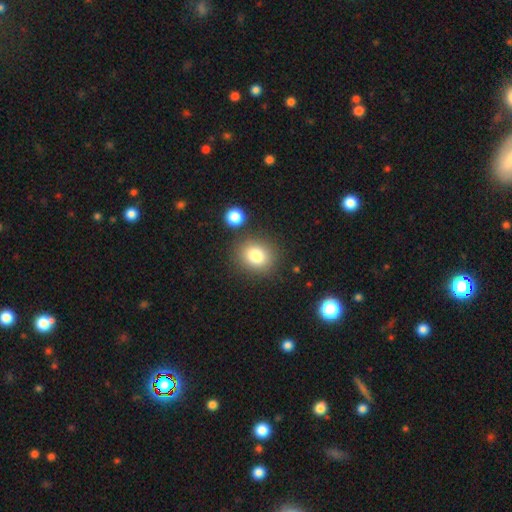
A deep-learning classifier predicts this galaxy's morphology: The model was most divided on "how rounded": round: 71%, in between: 28%, cigar-shaped: 1%. More confident: smooth or featured — smooth (80%); merging — none (80%).